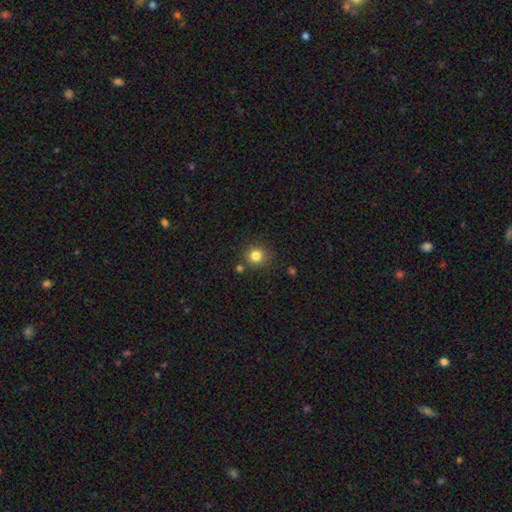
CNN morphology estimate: smooth-or-featured: smooth: 82% | star or artifact: 13% | featured or disk: 6%
  how-rounded: round: 90% | in between: 9% | cigar-shaped: 1%
  merging: none: 83% | minor disturbance: 8% | merger: 6% | major disturbance: 3%